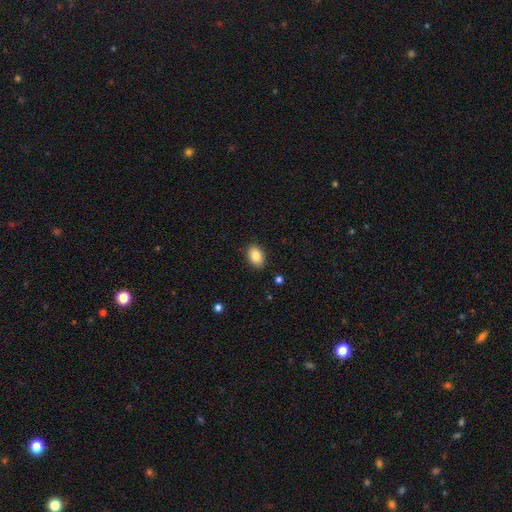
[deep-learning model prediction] The model was most divided on "how rounded": in between: 84%, round: 15%, cigar-shaped: 1%. More confident: merging — none (88%); smooth or featured — smooth (85%).